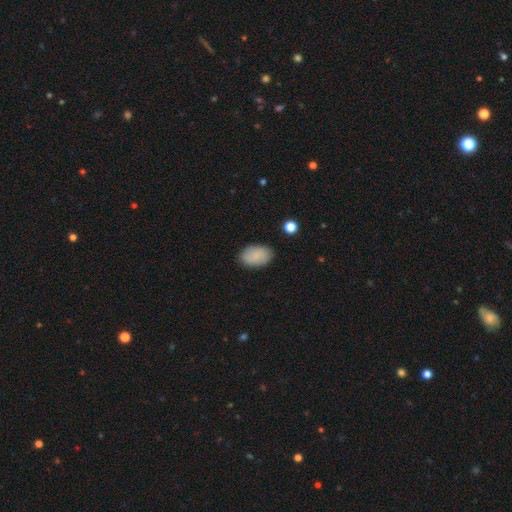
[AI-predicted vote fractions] Smooth or featured? smooth (85%)
How rounded? in between (90%)
Merging? none (85%)